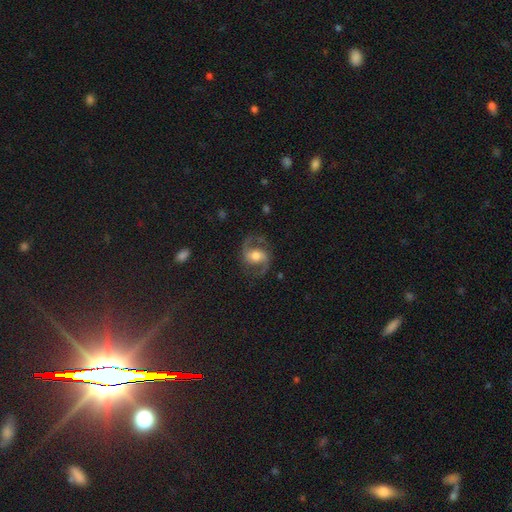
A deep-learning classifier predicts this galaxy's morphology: A featured or disk galaxy (87%) with a weak bar (43%), 2 (94%) medium (59%) spiral arms (96%) and a moderate central bulge (61%). Merging: none (79%).